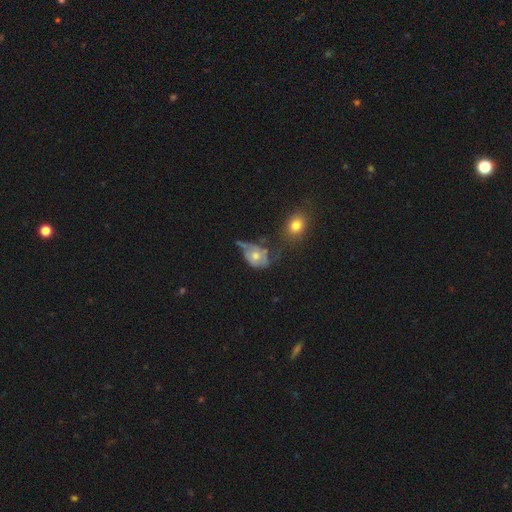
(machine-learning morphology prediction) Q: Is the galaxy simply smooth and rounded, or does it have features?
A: smooth — 48%.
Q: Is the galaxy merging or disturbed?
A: major disturbance — 33%.